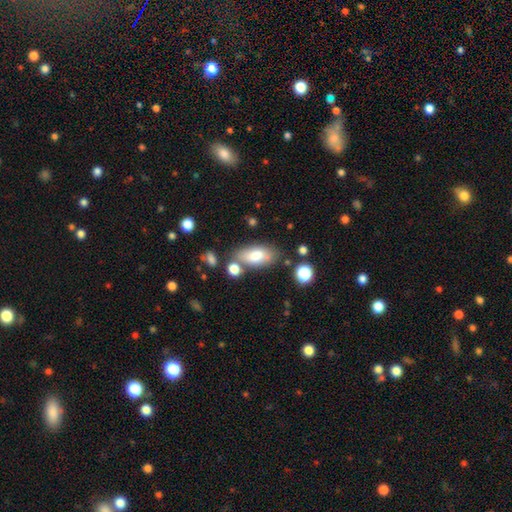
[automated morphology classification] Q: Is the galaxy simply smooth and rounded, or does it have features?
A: smooth — 75%.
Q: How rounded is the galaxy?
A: in between — 88%.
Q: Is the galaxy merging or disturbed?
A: none — 67%.